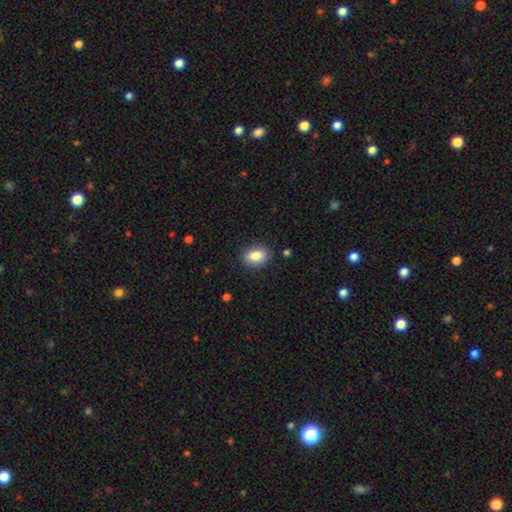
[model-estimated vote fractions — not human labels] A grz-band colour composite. It shows a smooth galaxy with no disk features (86%) that is in between round and cigar-shaped (80%). Merging: none (86%).